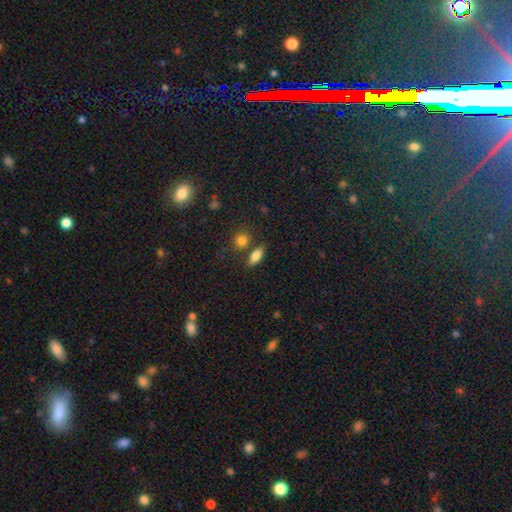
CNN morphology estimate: This is clearly a smooth galaxy (82%). How rounded: likely in between (75%). Merging: likely none (70%).